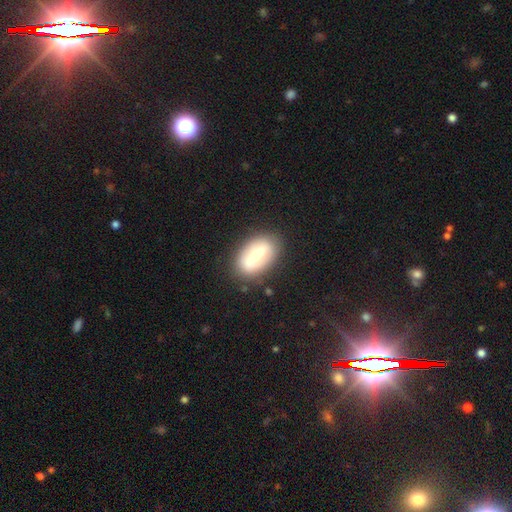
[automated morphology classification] This is possibly a featured or disk galaxy (49%). Merging: clearly none (81%).